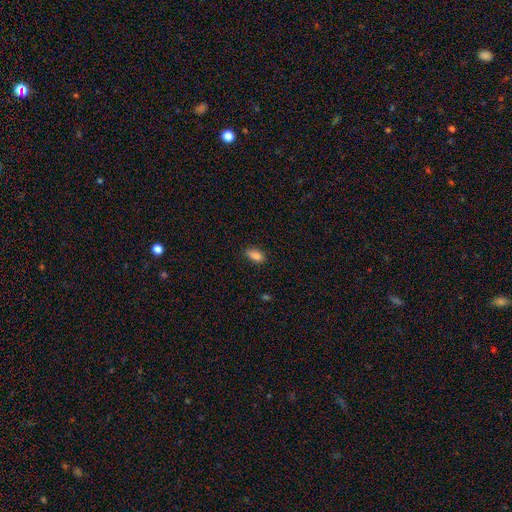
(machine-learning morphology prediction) smooth_or_featured: smooth (p=0.87) [alt: star or artifact p=0.09]
how_rounded: in between (p=0.89) [alt: cigar-shaped p=0.06]
merging: none (p=0.83) [alt: minor disturbance p=0.14]